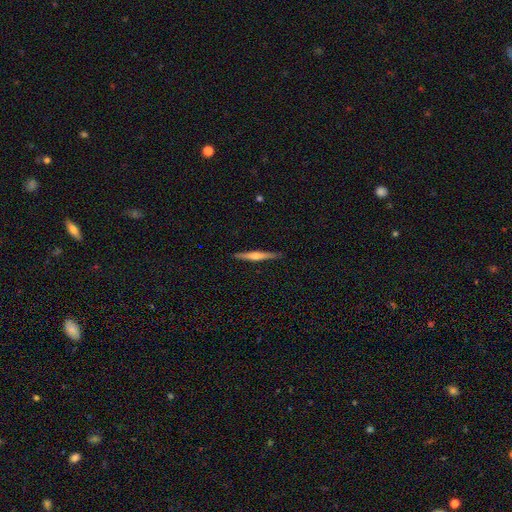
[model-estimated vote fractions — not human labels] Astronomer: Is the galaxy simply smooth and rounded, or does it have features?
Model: featured or disk — 63%.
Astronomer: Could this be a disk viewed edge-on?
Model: yes — 98%.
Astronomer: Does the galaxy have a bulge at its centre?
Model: rounded — 78%.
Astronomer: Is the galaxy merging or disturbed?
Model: none — 91%.